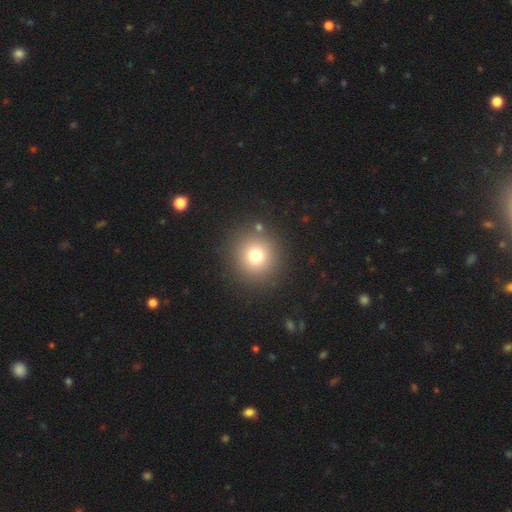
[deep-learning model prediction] A smooth galaxy with no disk features (75%) that is round (93%).

Vote fractions:
- Smooth or featured? smooth: 75% / star or artifact: 15% / featured or disk: 10%
- How rounded? round: 93% / in between: 6% / cigar-shaped: 1%
- Merging? none: 88% / minor disturbance: 6% / major disturbance: 3% / merger: 3%